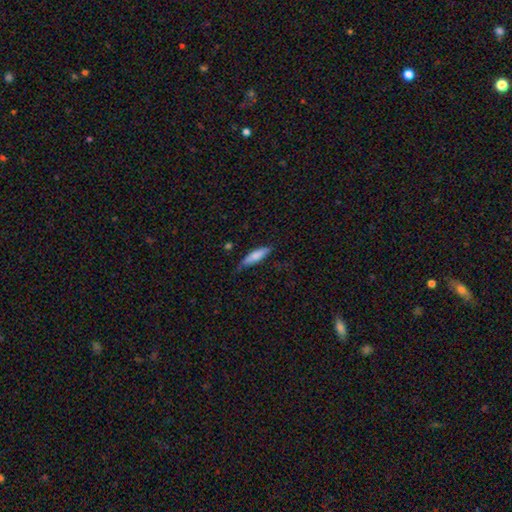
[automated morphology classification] A smooth galaxy with no disk features (76%) that is cigar-shaped (69%).

Vote fractions:
- Smooth or featured? smooth: 76% / featured or disk: 18% / star or artifact: 6%
- How rounded? cigar-shaped: 69% / in between: 30% / round: 2%
- Merging? none: 69% / minor disturbance: 25% / major disturbance: 5% / merger: 2%